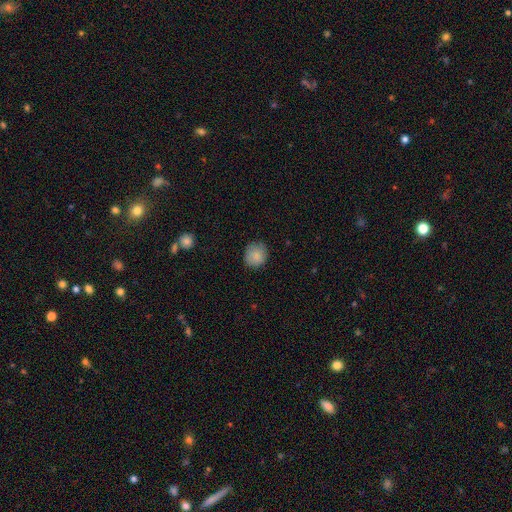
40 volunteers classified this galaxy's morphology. Smooth or featured: smooth — 95% (featured or disk — 2%)
How rounded: round — 92% (in between — 8%)
Merging: none — 85% (minor disturbance — 8%)